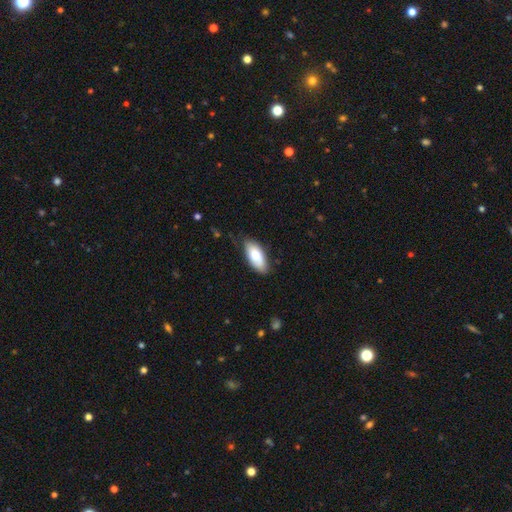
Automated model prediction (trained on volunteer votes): A smooth galaxy with no disk features (78%) that is in between round and cigar-shaped (87%).

Vote fractions:
- Smooth or featured? smooth: 78% / featured or disk: 16% / star or artifact: 6%
- How rounded? in between: 87% / cigar-shaped: 11% / round: 2%
- Merging? none: 76% / minor disturbance: 19% / major disturbance: 3% / merger: 1%